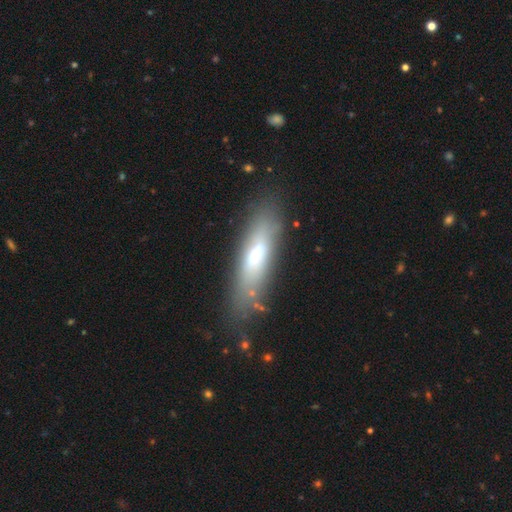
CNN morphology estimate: Smooth or featured?
  - smooth: 51% *
  - featured or disk: 39%
  - star or artifact: 10%
How rounded?
  - cigar-shaped: 58% *
  - in between: 40%
  - round: 3%
Merging?
  - none: 70% *
  - minor disturbance: 16%
  - major disturbance: 8%
  - merger: 7%